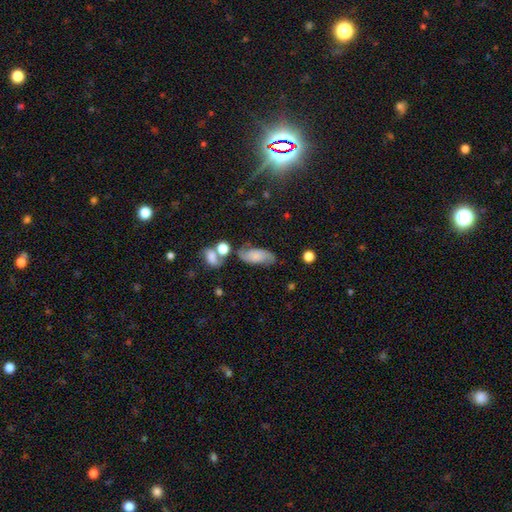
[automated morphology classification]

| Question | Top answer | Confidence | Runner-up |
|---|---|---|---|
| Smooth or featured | smooth | 50% | featured or disk (40%) |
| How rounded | in between | 83% | cigar-shaped (12%) |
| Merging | none | 59% | minor disturbance (21%) |